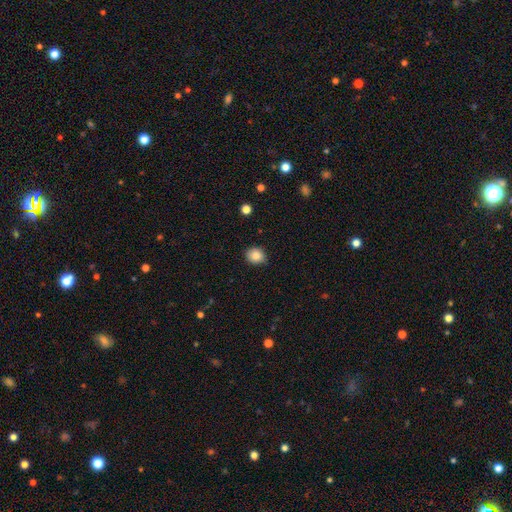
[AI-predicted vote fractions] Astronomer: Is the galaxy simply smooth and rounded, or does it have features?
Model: smooth — 85%.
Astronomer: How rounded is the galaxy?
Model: round — 73%.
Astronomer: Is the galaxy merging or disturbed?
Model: none — 82%.